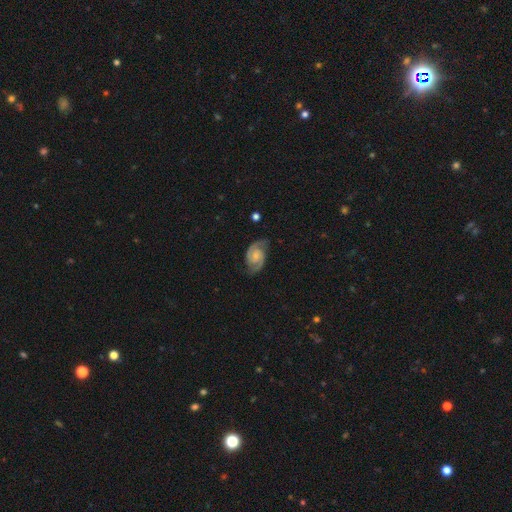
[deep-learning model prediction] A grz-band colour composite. It shows a featured or disk galaxy (89%) with no bar (55%), 2 (93%) medium (48%) spiral arms (98%) and a small central bulge (45%). Merging: none (81%).